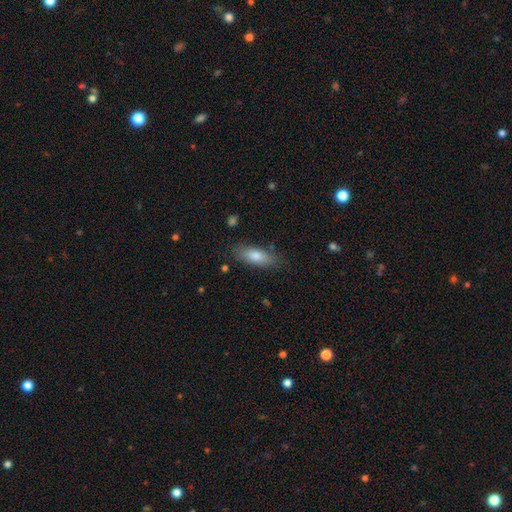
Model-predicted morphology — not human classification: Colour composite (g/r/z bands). It shows a smooth galaxy with no disk features (79%) that is in between round and cigar-shaped (70%). Merging: none (81%).